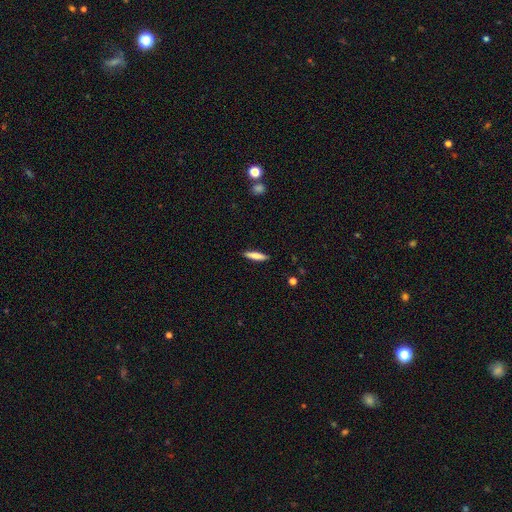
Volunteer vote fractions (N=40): A smooth galaxy with no disk features (82%) that is cigar-shaped (82%). Merging: none (92%).